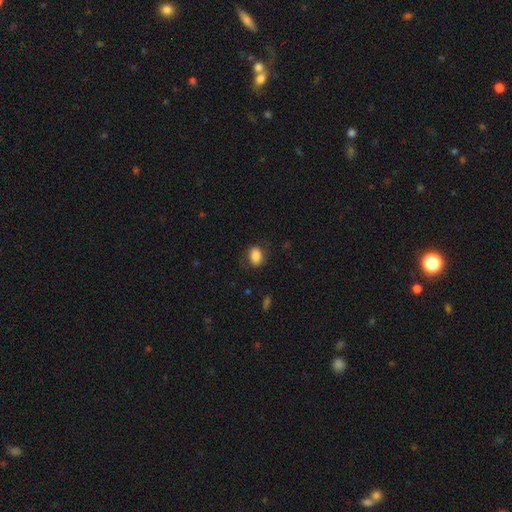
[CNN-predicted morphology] A smooth galaxy with no disk features (84%) that is in between round and cigar-shaped (71%).

Vote fractions:
- Smooth or featured? smooth: 84% / featured or disk: 8% / star or artifact: 8%
- How rounded? in between: 71% / round: 28% / cigar-shaped: 1%
- Merging? none: 78% / minor disturbance: 16% / major disturbance: 5% / merger: 1%